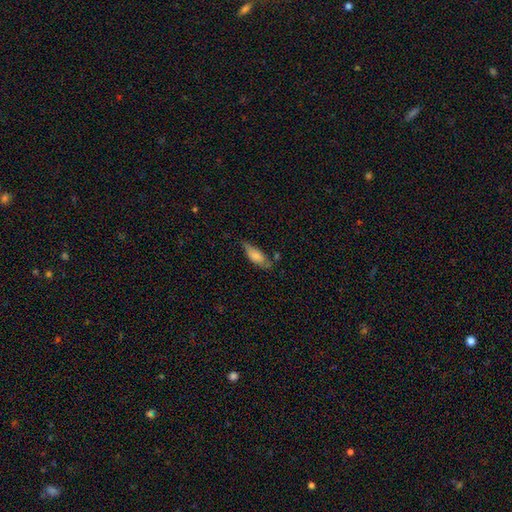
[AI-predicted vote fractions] This is likely a smooth galaxy (75%). How rounded: likely in between (75%). Merging: possibly none (51%).